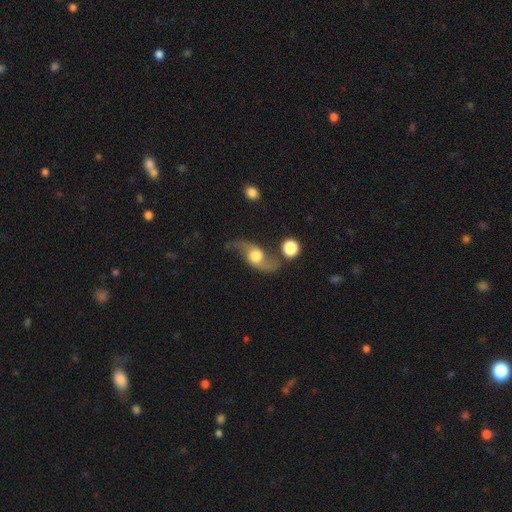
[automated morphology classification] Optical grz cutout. It shows a featured or disk galaxy (71%) with no bar (69%), 2 (93%) loose (87%) spiral arms (90%) and a moderate central bulge (44%). Merging: none (57%).